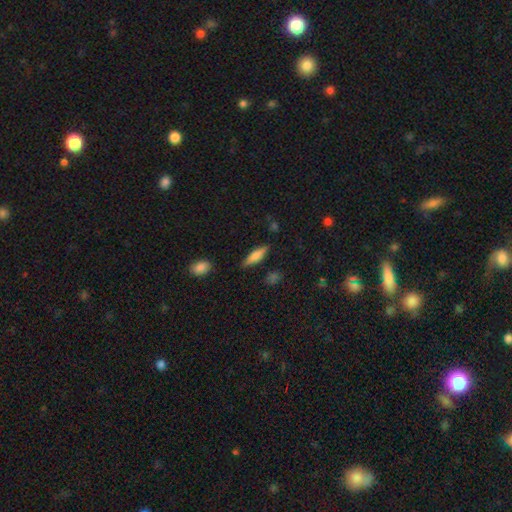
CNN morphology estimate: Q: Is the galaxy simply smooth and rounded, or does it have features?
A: smooth — 67%.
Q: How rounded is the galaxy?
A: cigar-shaped — 62%.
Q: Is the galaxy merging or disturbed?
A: none — 82%.